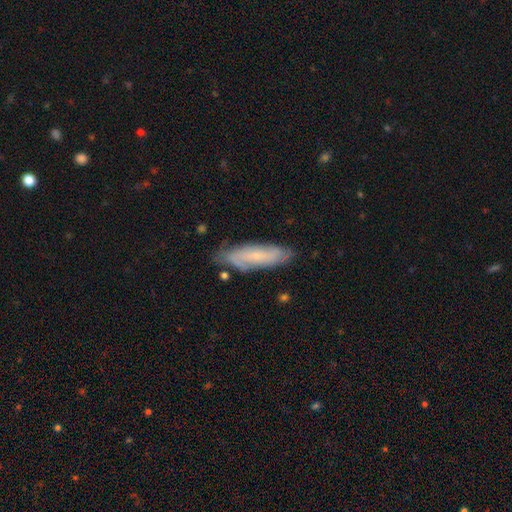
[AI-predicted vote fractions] Smooth or featured: smooth — 49% (featured or disk — 43%)
Merging: none — 74% (minor disturbance — 19%)